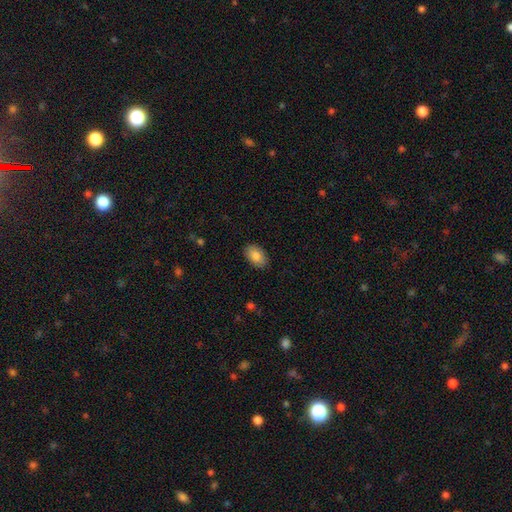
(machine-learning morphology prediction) smooth 85%, featured or disk 9%, star or artifact 7%. Down the decision tree: how rounded — in between (89%); merging — none (88%).